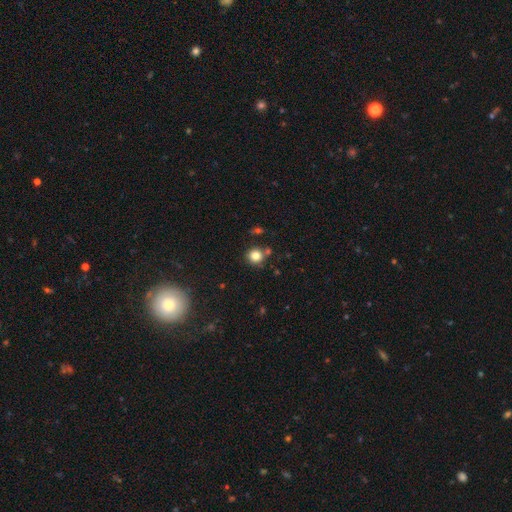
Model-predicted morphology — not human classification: This appears to be a smooth galaxy with no disk features (81%) that is round (90%). Merging: none (77%).